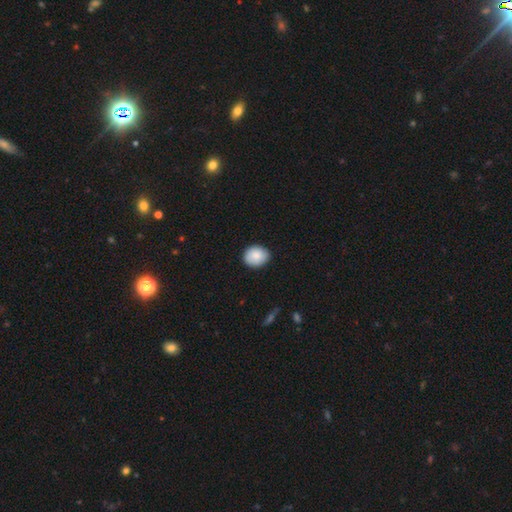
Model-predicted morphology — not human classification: Smooth or featured? Predicted: smooth (p=0.87). How rounded? Predicted: round (p=0.59). Merging? Predicted: none (p=0.86).